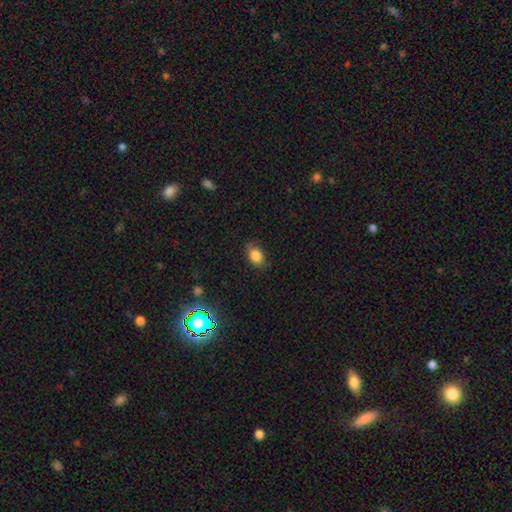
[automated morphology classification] smooth-or-featured: smooth: 83% | star or artifact: 10% | featured or disk: 7%
  how-rounded: in between: 75% | round: 24% | cigar-shaped: 2%
  merging: none: 74% | minor disturbance: 20% | major disturbance: 5% | merger: 1%